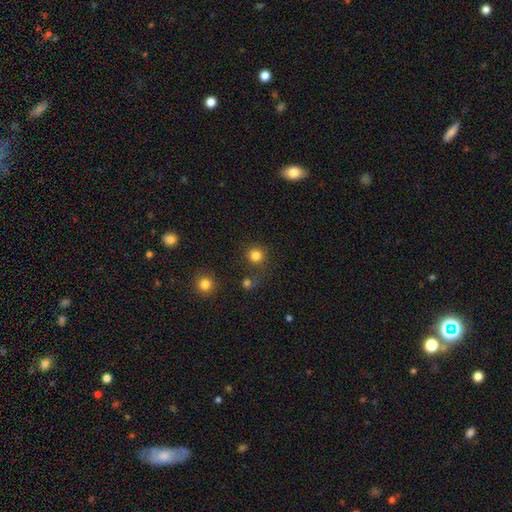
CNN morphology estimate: A smooth galaxy with no disk features (82%) that is round (92%). Merging: none (73%).